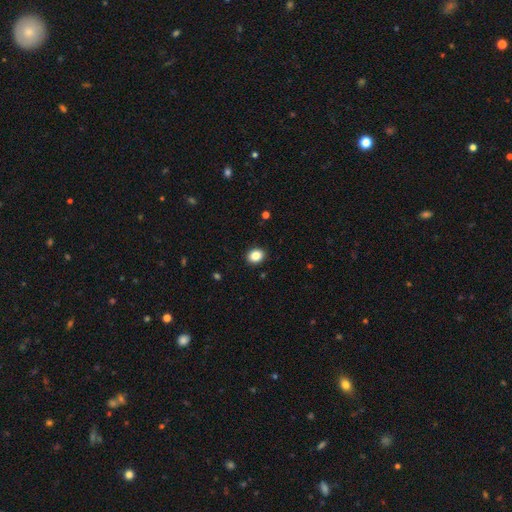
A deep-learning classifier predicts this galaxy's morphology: A smooth galaxy with no disk features (85%) that is round (53%).

Vote fractions:
- Smooth or featured? smooth: 85% / star or artifact: 10% / featured or disk: 5%
- How rounded? round: 53% / in between: 46% / cigar-shaped: 1%
- Merging? none: 91% / minor disturbance: 6% / major disturbance: 2% / merger: 1%